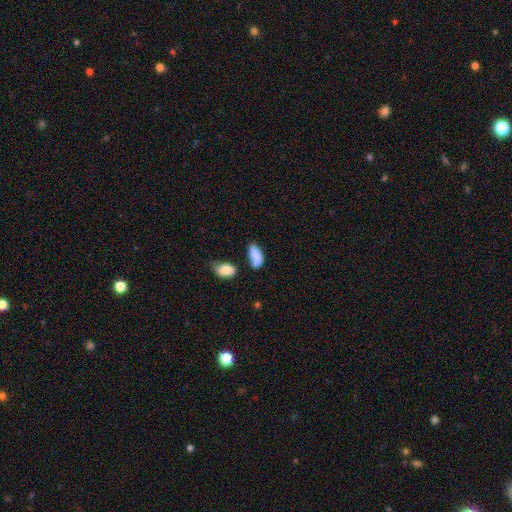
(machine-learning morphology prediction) smooth 82%, featured or disk 10%, star or artifact 8%. Down the decision tree: how rounded — in between (84%); merging — none (41%).